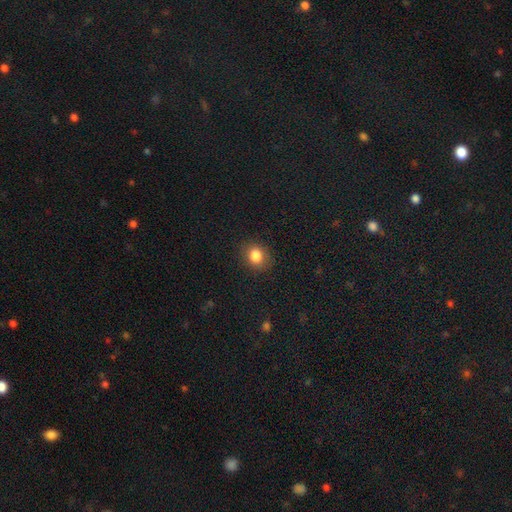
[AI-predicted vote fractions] This is clearly a smooth galaxy (84%). How rounded: likely round (60%). Merging: clearly none (86%).